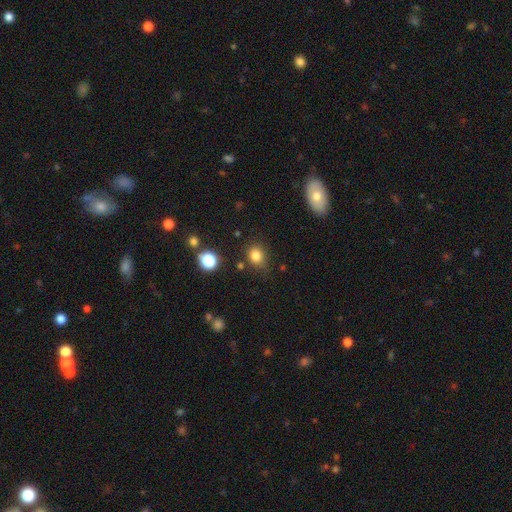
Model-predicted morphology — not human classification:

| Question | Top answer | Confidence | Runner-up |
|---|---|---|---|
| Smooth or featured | smooth | 82% | star or artifact (13%) |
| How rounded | round | 71% | in between (28%) |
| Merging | none | 76% | minor disturbance (16%) |